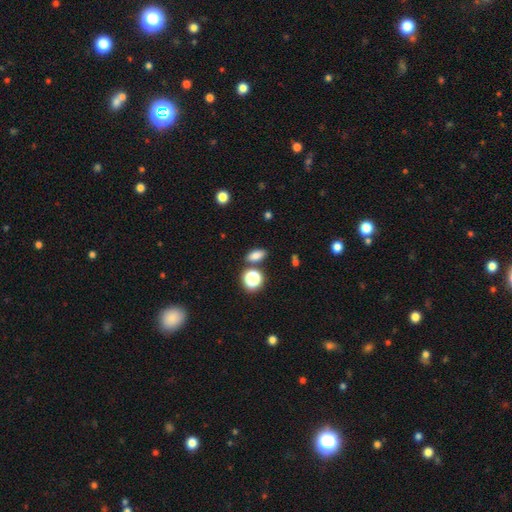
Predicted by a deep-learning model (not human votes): Q: Smooth or featured?
A: smooth (77%); runner-up: star or artifact (16%)
Q: How rounded?
A: in between (78%); runner-up: round (15%)
Q: Merging?
A: none (80%); runner-up: minor disturbance (10%)